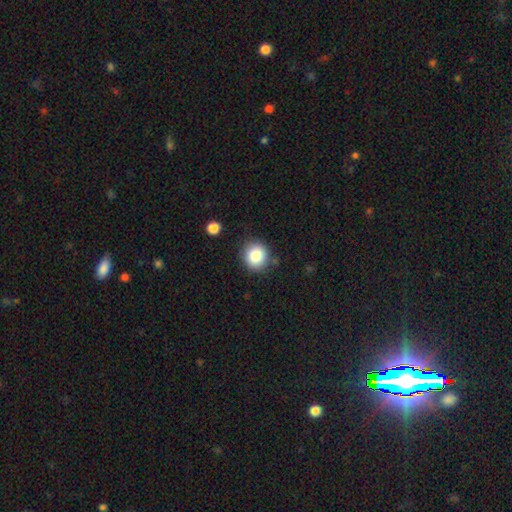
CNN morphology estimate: The model was most divided on "smooth or featured": smooth: 84%, star or artifact: 10%, featured or disk: 6%. More confident: how rounded — round (89%); merging — none (85%).